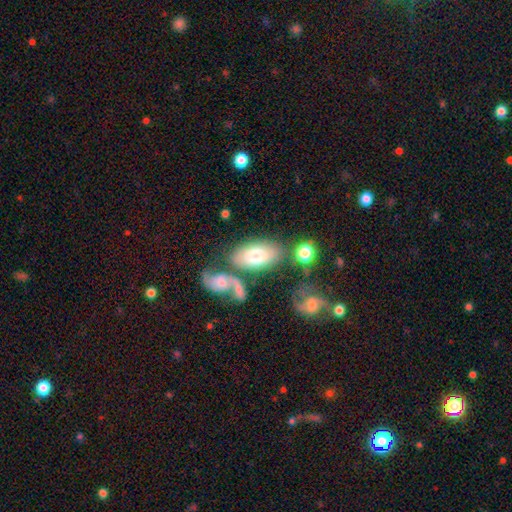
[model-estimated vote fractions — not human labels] Smooth or featured?
  - smooth: 64% *
  - featured or disk: 28%
  - star or artifact: 7%
How rounded?
  - in between: 92% *
  - round: 5%
  - cigar-shaped: 3%
Merging?
  - none: 55% *
  - merger: 20%
  - minor disturbance: 16%
  - major disturbance: 8%